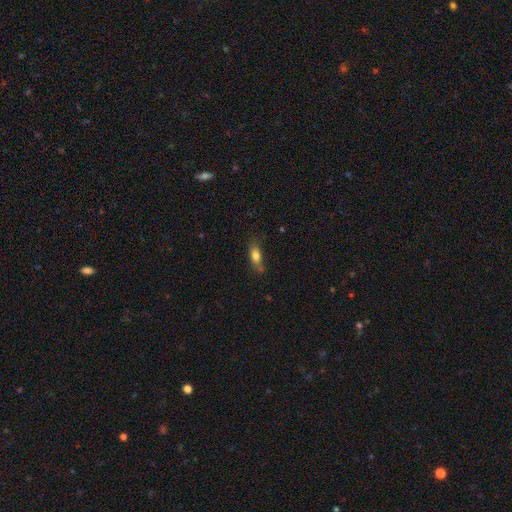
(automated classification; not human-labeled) Smooth or featured?
  - smooth: 76% *
  - featured or disk: 15%
  - star or artifact: 9%
How rounded?
  - in between: 72% *
  - cigar-shaped: 23%
  - round: 6%
Merging?
  - none: 60% *
  - minor disturbance: 27%
  - major disturbance: 8%
  - merger: 5%